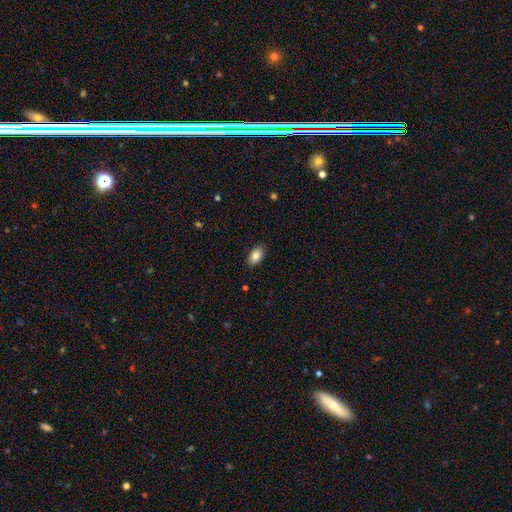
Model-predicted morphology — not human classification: This appears to be a smooth galaxy with no disk features (83%) that is in between round and cigar-shaped (91%). Merging: none (88%).